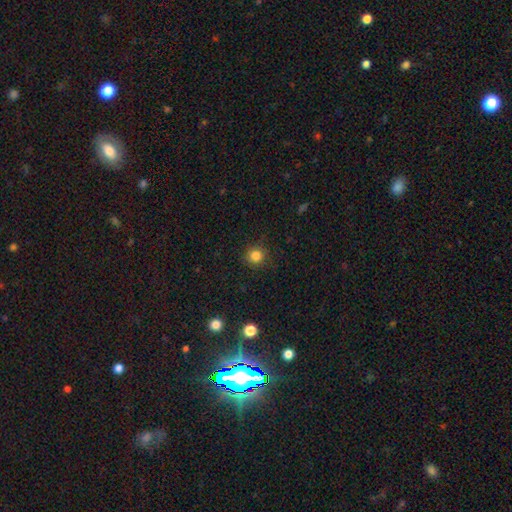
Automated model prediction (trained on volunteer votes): smooth-or-featured: smooth: 83% | star or artifact: 13% | featured or disk: 4%
  how-rounded: round: 93% | in between: 6% | cigar-shaped: 1%
  merging: none: 88% | minor disturbance: 8% | major disturbance: 3% | merger: 1%